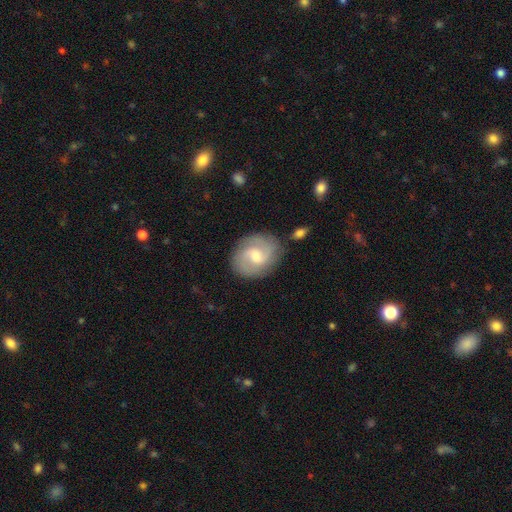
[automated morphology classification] Smooth or featured?
  - featured or disk: 74% *
  - smooth: 20%
  - star or artifact: 6%
Edge-on disk?
  - no: 98% *
  - yes: 2%
Bar?
  - weak: 57% *
  - no: 34%
  - strong: 9%
Spiral arms?
  - yes: 94% *
  - no: 6%
Spiral winding?
  - medium: 50% *
  - tight: 29%
  - loose: 21%
Spiral arm count?
  - 2: 75% *
  - can't tell: 10%
  - 3: 9%
  - 1: 2%
  - 4: 2%
  - more than 4: 2%
Bulge size?
  - moderate: 61% *
  - small: 29%
  - large: 7%
  - none: 3%
  - dominant: 1%
Merging?
  - none: 81% *
  - minor disturbance: 13%
  - major disturbance: 4%
  - merger: 2%